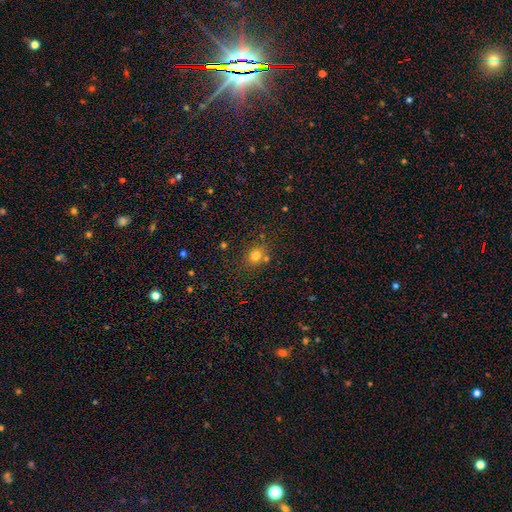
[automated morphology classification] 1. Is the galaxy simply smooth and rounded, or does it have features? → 77% smooth, 16% star or artifact, 8% featured or disk.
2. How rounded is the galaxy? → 69% round, 30% in between, 1% cigar-shaped.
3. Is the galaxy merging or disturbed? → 74% none, 12% minor disturbance, 11% merger, 4% major disturbance.